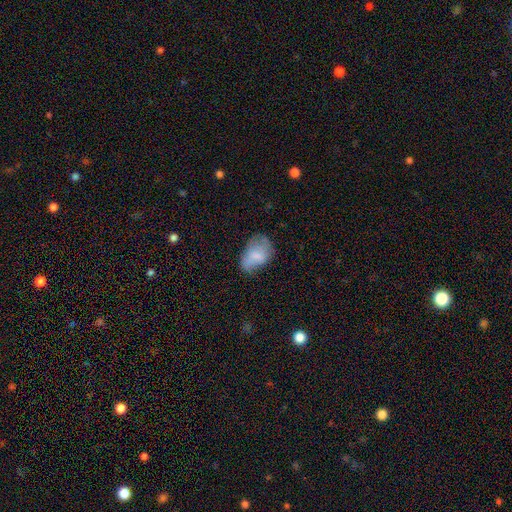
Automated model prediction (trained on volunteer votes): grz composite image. It shows a smooth galaxy with no disk features (68%) that is in between round and cigar-shaped (87%). Merging: none (43%).